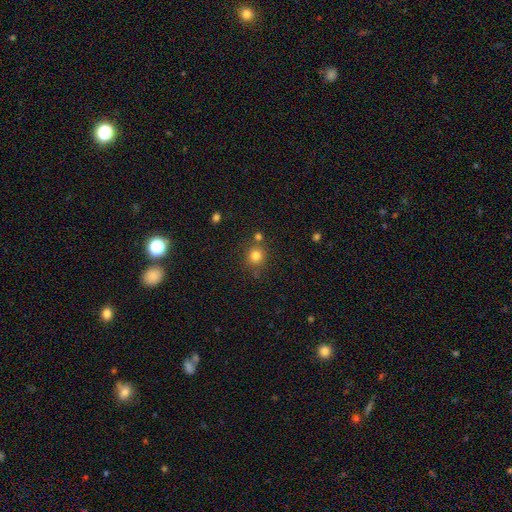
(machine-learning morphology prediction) smooth 80%, star or artifact 13%, featured or disk 6%. Down the decision tree: how rounded — round (90%); merging — none (76%).